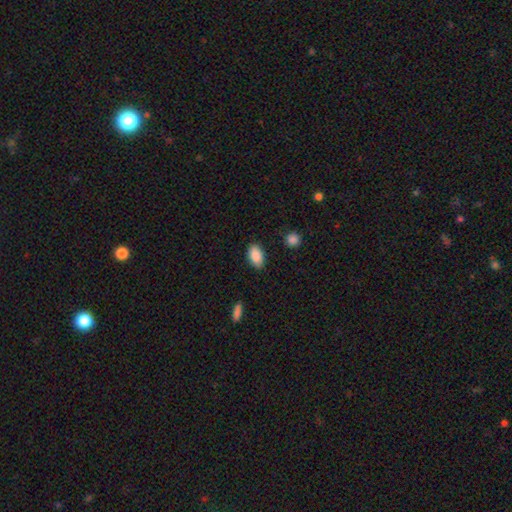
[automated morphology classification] smooth_or_featured: smooth (p=0.89) [alt: star or artifact p=0.07]
how_rounded: in between (p=0.92) [alt: round p=0.06]
merging: none (p=0.85) [alt: minor disturbance p=0.11]